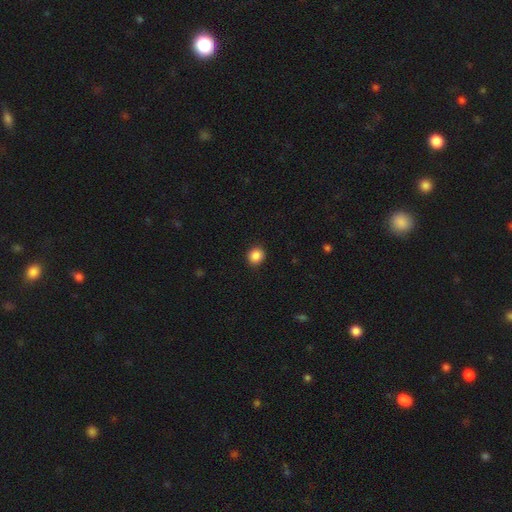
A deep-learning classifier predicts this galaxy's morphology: Q: Smooth or featured?
A: smooth (87%); runner-up: star or artifact (10%)
Q: How rounded?
A: round (81%); runner-up: in between (18%)
Q: Merging?
A: none (91%); runner-up: minor disturbance (6%)